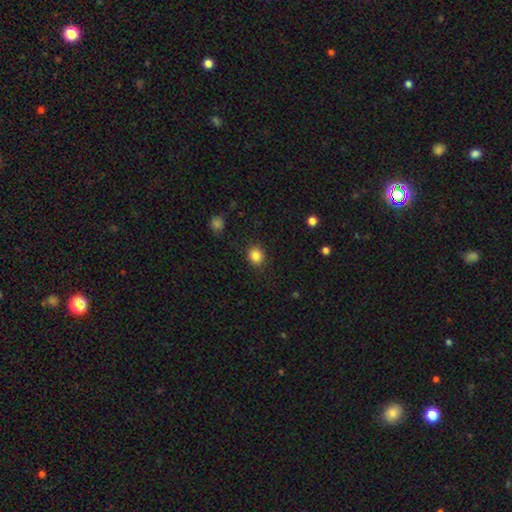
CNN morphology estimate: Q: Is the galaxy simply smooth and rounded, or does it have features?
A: smooth — 85%.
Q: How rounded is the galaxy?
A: round — 74%.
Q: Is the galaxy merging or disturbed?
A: none — 88%.